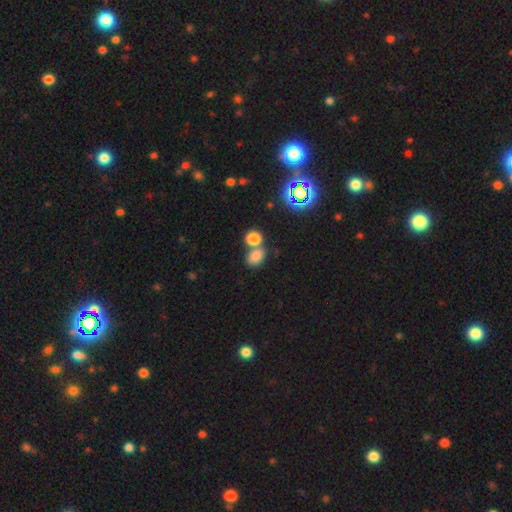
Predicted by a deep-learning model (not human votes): Q: Smooth or featured?
A: smooth (77%); runner-up: star or artifact (15%)
Q: How rounded?
A: in between (61%); runner-up: round (38%)
Q: Merging?
A: none (44%); runner-up: merger (43%)